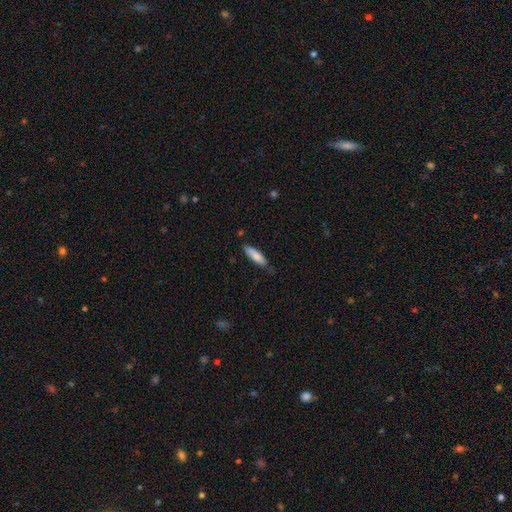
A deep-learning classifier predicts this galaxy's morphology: Smooth or featured?
  - smooth: 80% *
  - featured or disk: 14%
  - star or artifact: 6%
How rounded?
  - cigar-shaped: 65% *
  - in between: 34%
  - round: 1%
Merging?
  - none: 73% *
  - minor disturbance: 22%
  - major disturbance: 3%
  - merger: 2%